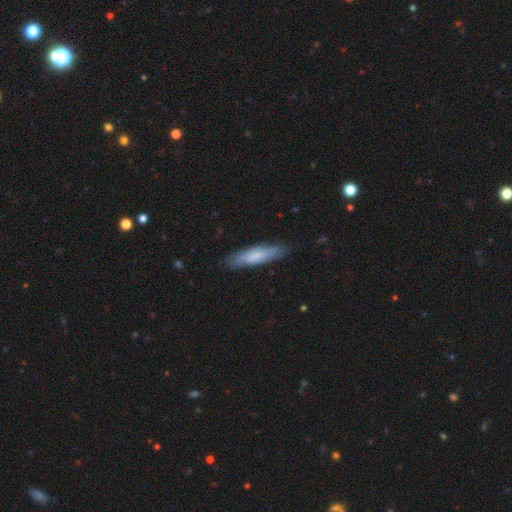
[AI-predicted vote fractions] A smooth galaxy with no disk features (64%) that is cigar-shaped (77%).

Vote fractions:
- Smooth or featured? smooth: 64% / featured or disk: 30% / star or artifact: 6%
- How rounded? cigar-shaped: 77% / in between: 22% / round: 1%
- Merging? none: 82% / minor disturbance: 15% / major disturbance: 3% / merger: 1%